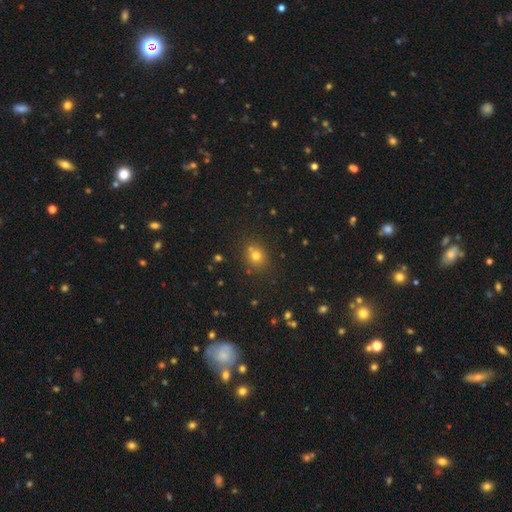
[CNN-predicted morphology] Q: Smooth or featured?
A: smooth (70%); runner-up: star or artifact (21%)
Q: How rounded?
A: round (78%); runner-up: in between (21%)
Q: Merging?
A: none (74%); runner-up: merger (12%)